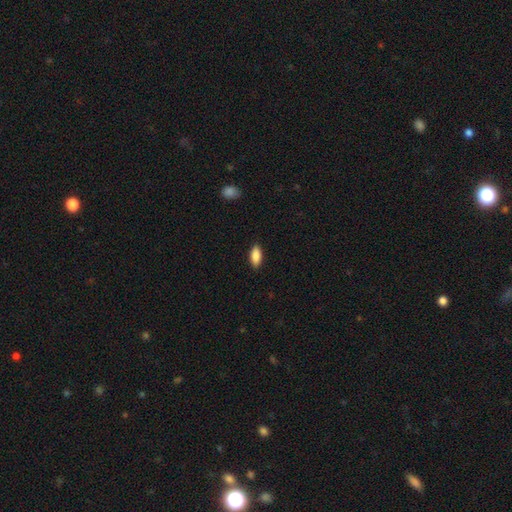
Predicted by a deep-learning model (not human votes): Smooth or featured: smooth — 88% (star or artifact — 6%)
How rounded: in between — 84% (cigar-shaped — 14%)
Merging: none — 88% (minor disturbance — 9%)